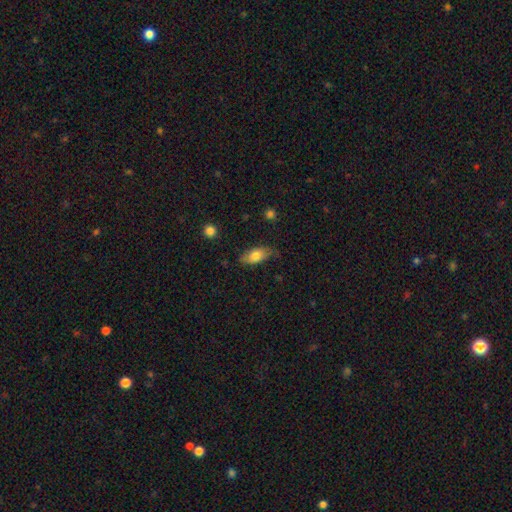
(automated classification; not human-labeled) Smooth or featured?
  - smooth: 71% *
  - featured or disk: 22%
  - star or artifact: 7%
How rounded?
  - in between: 88% *
  - cigar-shaped: 8%
  - round: 4%
Merging?
  - none: 70% *
  - minor disturbance: 23%
  - major disturbance: 5%
  - merger: 1%